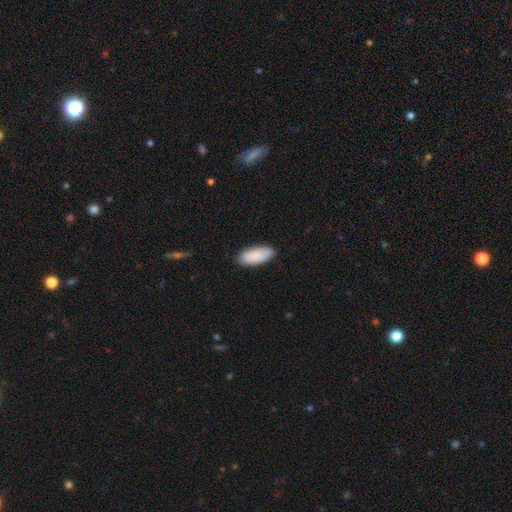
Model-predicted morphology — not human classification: Smooth or featured? Predicted: smooth (p=0.90). How rounded? Predicted: in between (p=0.86). Merging? Predicted: none (p=0.86).